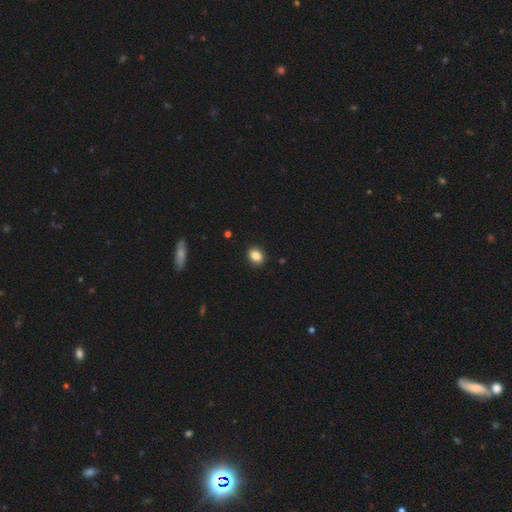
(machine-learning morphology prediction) Overall: smooth (86%). How rounded: in between (60%; round 39%). Merging: none (89%).